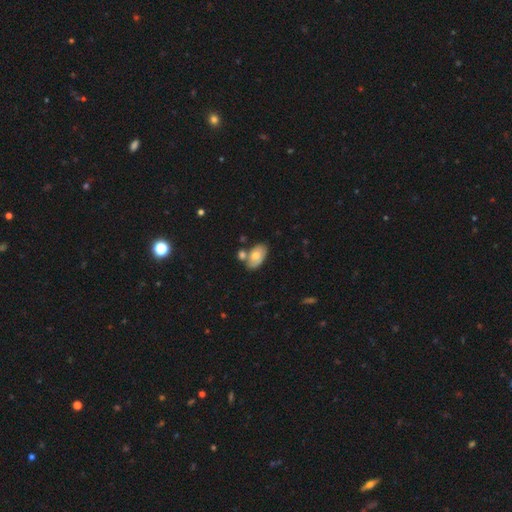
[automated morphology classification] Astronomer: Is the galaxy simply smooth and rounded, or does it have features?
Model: smooth — 63%.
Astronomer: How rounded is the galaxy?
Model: in between — 92%.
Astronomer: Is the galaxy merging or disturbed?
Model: none — 55%.